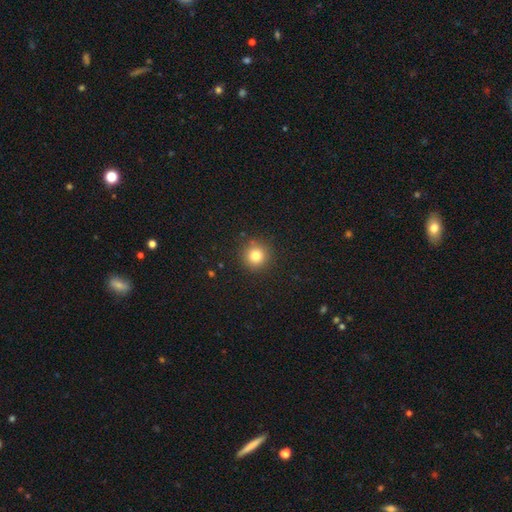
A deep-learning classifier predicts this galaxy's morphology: A smooth galaxy with no disk features (81%) that is round (94%).

Vote fractions:
- Smooth or featured? smooth: 81% / star or artifact: 13% / featured or disk: 7%
- How rounded? round: 94% / in between: 5% / cigar-shaped: 1%
- Merging? none: 89% / minor disturbance: 7% / major disturbance: 2% / merger: 2%